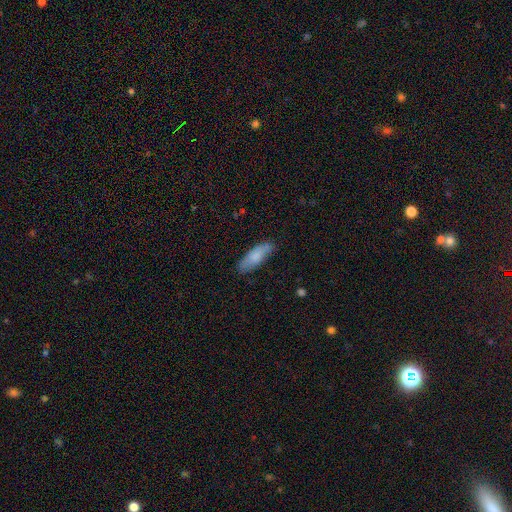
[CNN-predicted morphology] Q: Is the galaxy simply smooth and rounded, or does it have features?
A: smooth — 79%.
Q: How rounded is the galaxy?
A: in between — 57%.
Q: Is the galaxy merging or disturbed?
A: none — 78%.